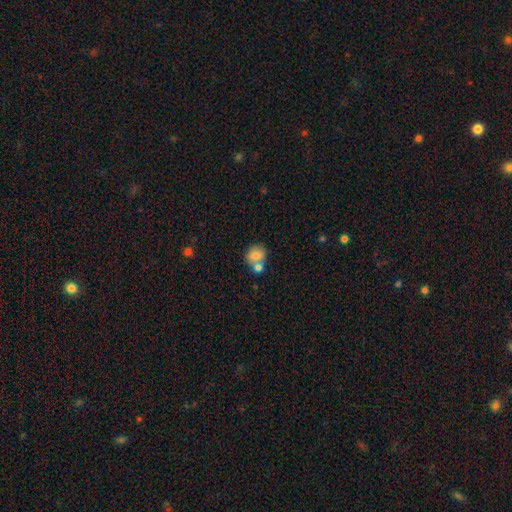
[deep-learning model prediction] This is likely a smooth galaxy (75%). How rounded: likely round (68%). Merging: possibly none (50%).